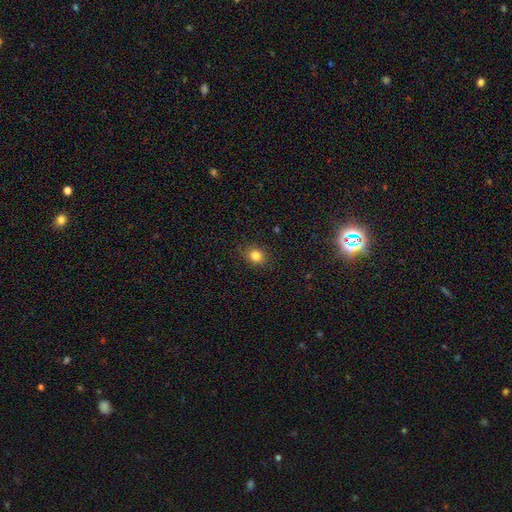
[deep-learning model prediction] A smooth galaxy with no disk features (82%) that is round (67%). Merging: none (88%).